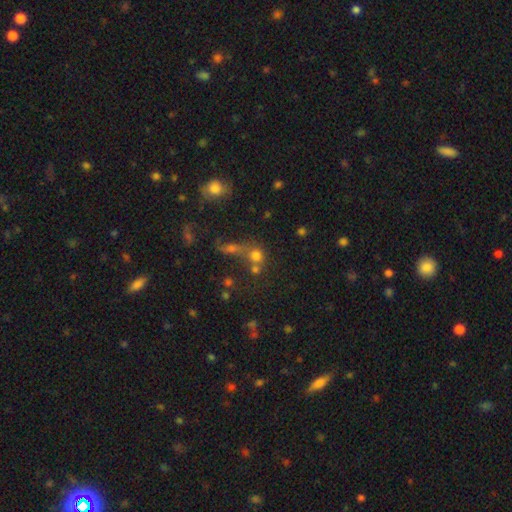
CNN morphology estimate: Smooth or featured? smooth (67%)
How rounded? round (81%)
Merging? none (43%)